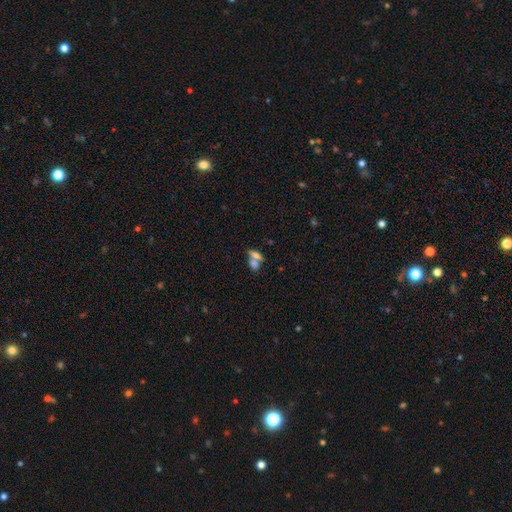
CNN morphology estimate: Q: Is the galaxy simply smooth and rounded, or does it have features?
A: smooth — 65%.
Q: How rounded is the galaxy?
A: in between — 72%.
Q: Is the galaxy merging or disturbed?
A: merger — 55%.